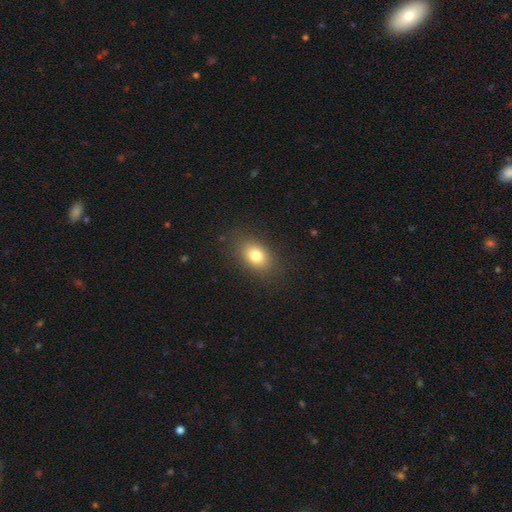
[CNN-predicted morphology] Smooth or featured: smooth — 78% (featured or disk — 11%)
How rounded: in between — 76% (round — 22%)
Merging: none — 84% (minor disturbance — 11%)